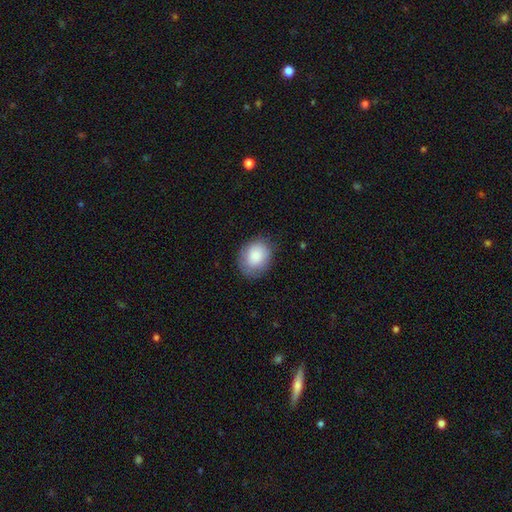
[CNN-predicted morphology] A smooth galaxy with no disk features (84%) that is in between round and cigar-shaped (51%). Merging: none (77%).